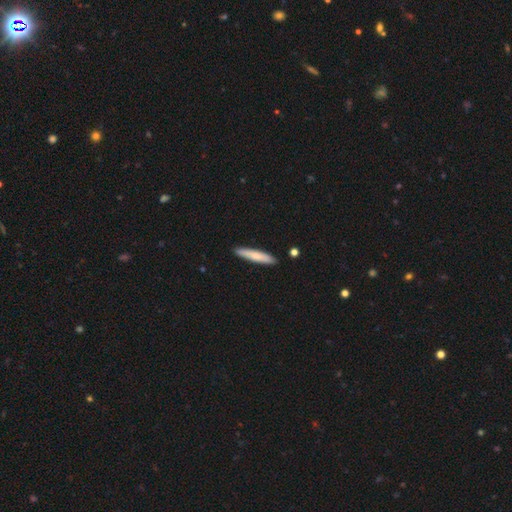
Smooth or featured? smooth (72%)
How rounded? cigar-shaped (97%)
Merging? none (92%)